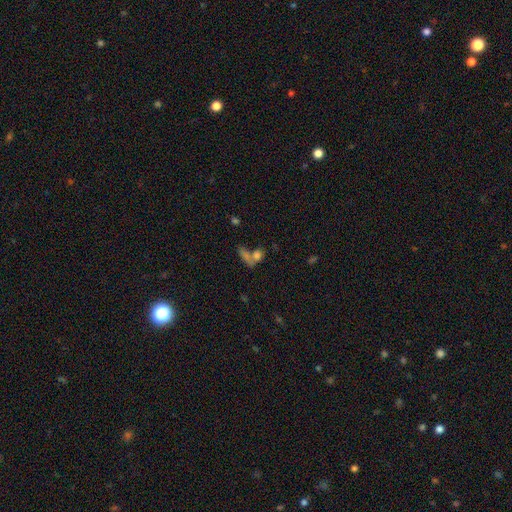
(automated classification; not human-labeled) Smooth or featured? Predicted: smooth (p=0.63). How rounded? Predicted: in between (p=0.55). Merging? Predicted: merger (p=0.44).